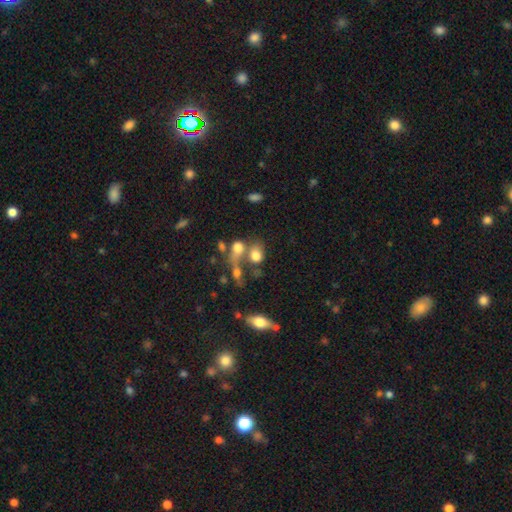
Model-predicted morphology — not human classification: Smooth or featured?
  - smooth: 73% *
  - featured or disk: 14%
  - star or artifact: 13%
How rounded?
  - in between: 49% *
  - round: 48%
  - cigar-shaped: 2%
Merging?
  - merger: 46% *
  - none: 31%
  - major disturbance: 12%
  - minor disturbance: 11%